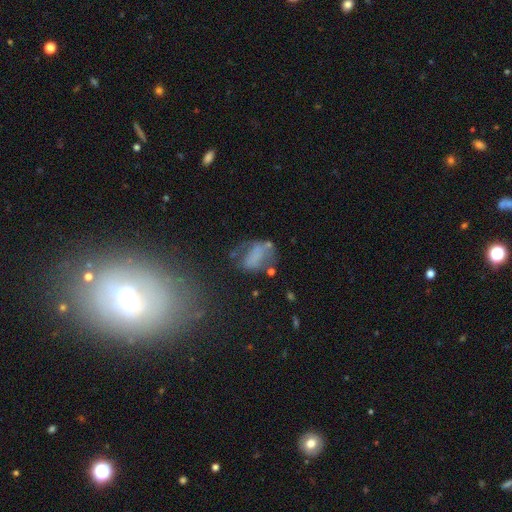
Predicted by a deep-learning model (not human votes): A smooth galaxy with no disk features (48%). Merging: none (33%).